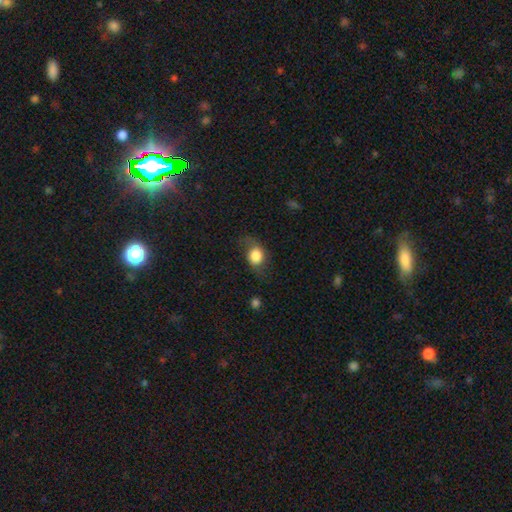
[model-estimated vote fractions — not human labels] The model was most divided on "how rounded": round: 51%, in between: 47%, cigar-shaped: 2%. More confident: smooth or featured — smooth (63%); merging — none (55%).